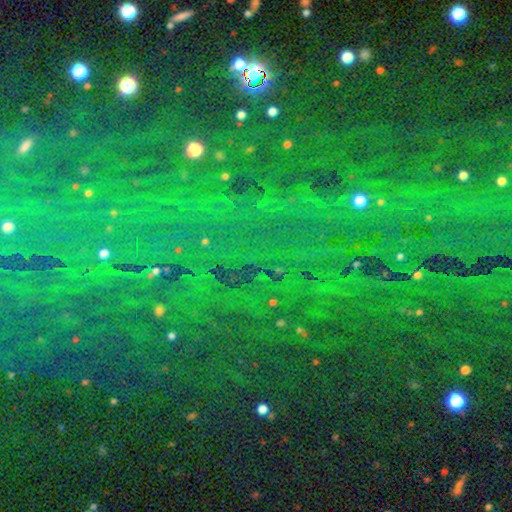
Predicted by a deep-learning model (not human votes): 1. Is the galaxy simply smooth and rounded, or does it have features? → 84% star or artifact, 9% smooth, 7% featured or disk.